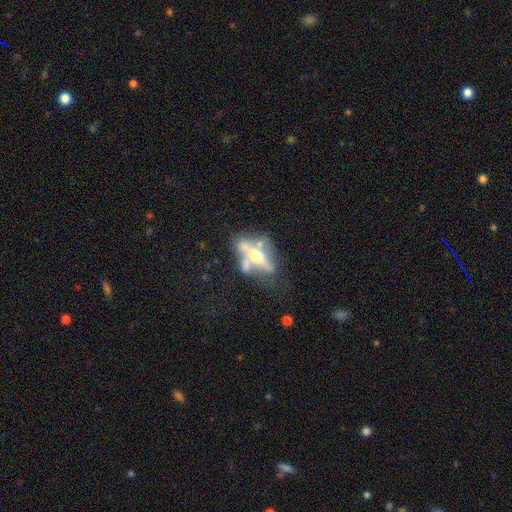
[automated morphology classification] Smooth or featured?
  - featured or disk: 65% *
  - smooth: 26%
  - star or artifact: 9%
Edge-on disk?
  - yes: 60% *
  - no: 40%
Merging?
  - none: 37% *
  - merger: 32%
  - minor disturbance: 16%
  - major disturbance: 16%